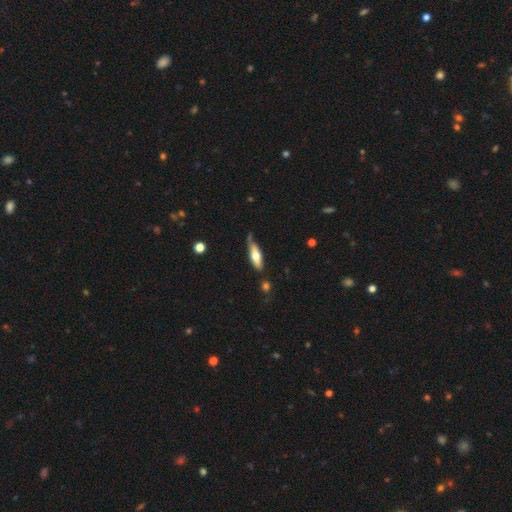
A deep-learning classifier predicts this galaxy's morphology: smooth-or-featured: smooth: 55% | featured or disk: 40% | star or artifact: 5%
  how-rounded: cigar-shaped: 56% | in between: 42% | round: 2%
  merging: none: 54% | minor disturbance: 32% | major disturbance: 9% | merger: 4%